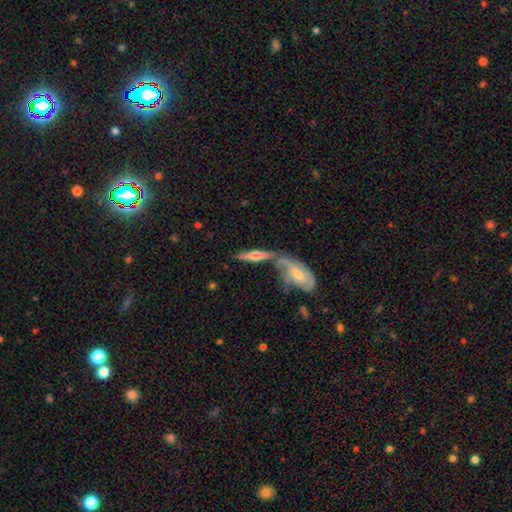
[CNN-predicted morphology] This appears to be a featured or disk galaxy (53%) viewed edge-on (78%). Merging: merger (45%).